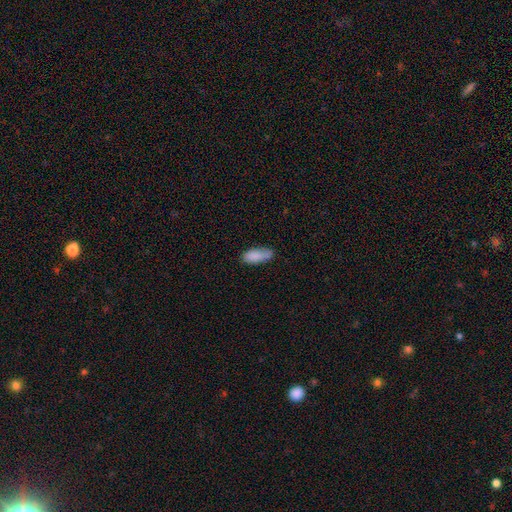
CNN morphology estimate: Q: Smooth or featured?
A: smooth (84%); runner-up: featured or disk (8%)
Q: How rounded?
A: in between (78%); runner-up: cigar-shaped (20%)
Q: Merging?
A: none (60%); runner-up: minor disturbance (28%)